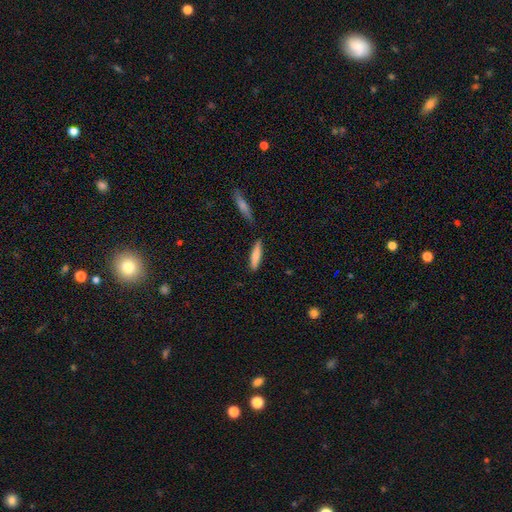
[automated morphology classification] Smooth or featured: smooth — 77% (featured or disk — 17%)
How rounded: cigar-shaped — 79% (in between — 20%)
Merging: none — 82% (minor disturbance — 11%)